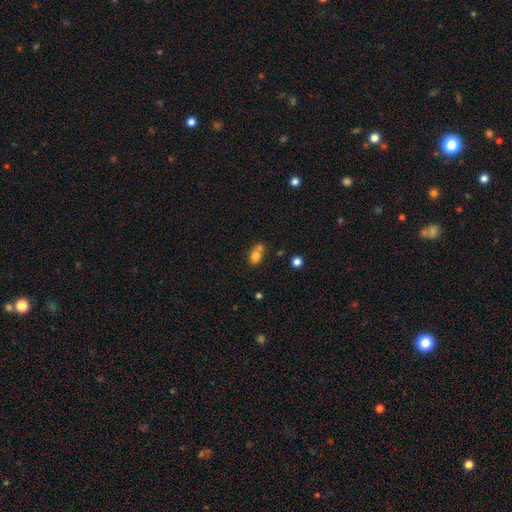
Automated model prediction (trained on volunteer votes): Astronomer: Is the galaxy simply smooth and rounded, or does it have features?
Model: smooth — 76%.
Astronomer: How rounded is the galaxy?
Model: in between — 65%.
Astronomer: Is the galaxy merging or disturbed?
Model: none — 42% (runner-up: merger, 38%).